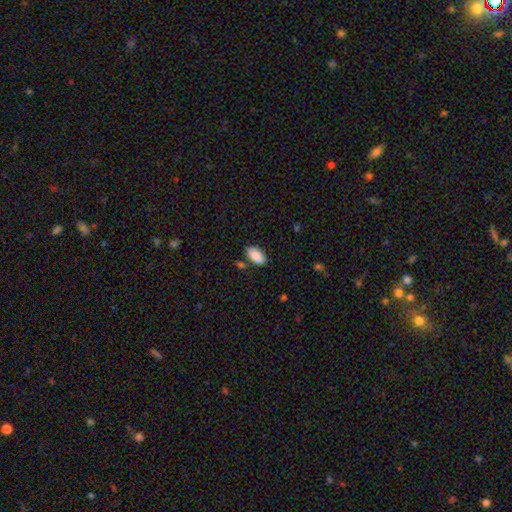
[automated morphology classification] A smooth galaxy with no disk features (88%) that is in between round and cigar-shaped (94%).

Vote fractions:
- Smooth or featured? smooth: 88% / star or artifact: 6% / featured or disk: 6%
- How rounded? in between: 94% / cigar-shaped: 3% / round: 2%
- Merging? none: 81% / minor disturbance: 11% / merger: 5% / major disturbance: 2%